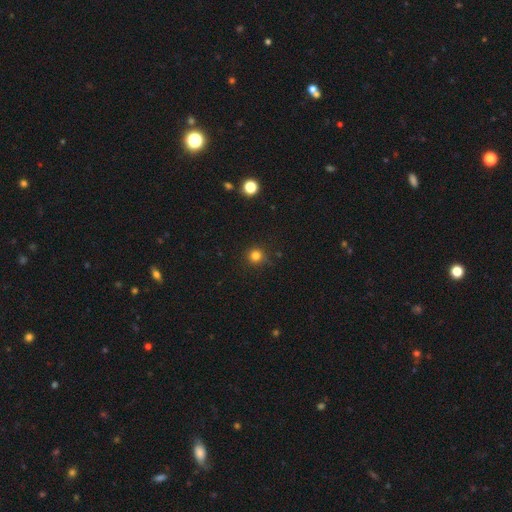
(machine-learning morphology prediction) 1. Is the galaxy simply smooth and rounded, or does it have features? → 81% smooth, 15% star or artifact, 4% featured or disk.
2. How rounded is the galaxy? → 95% round, 4% in between, 1% cigar-shaped.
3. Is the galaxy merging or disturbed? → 88% none, 8% minor disturbance, 2% major disturbance, 1% merger.